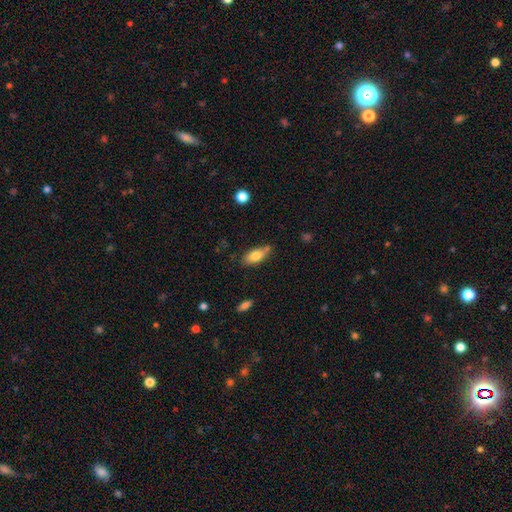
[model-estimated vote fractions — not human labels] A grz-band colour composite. It shows a smooth galaxy with no disk features (77%) that is in between round and cigar-shaped (83%). Merging: none (66%).